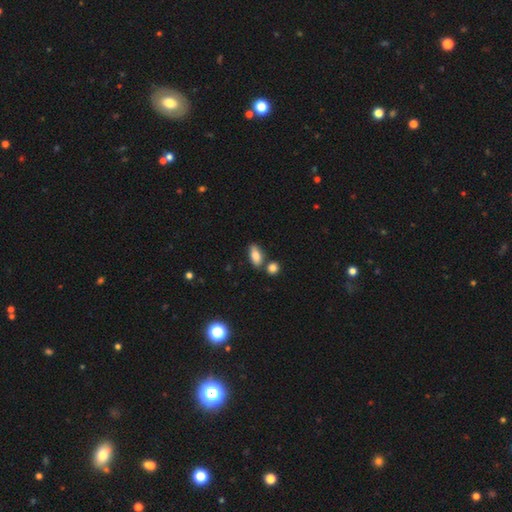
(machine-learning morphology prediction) This is clearly a smooth galaxy (82%). How rounded: clearly in between (83%). Merging: likely none (69%).